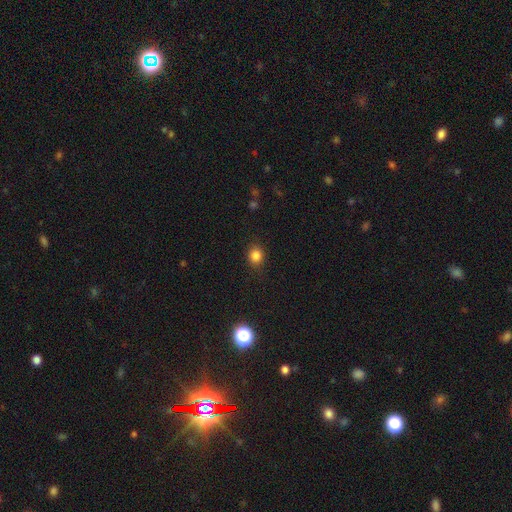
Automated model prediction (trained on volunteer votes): A smooth galaxy with no disk features (83%) that is round (71%).

Vote fractions:
- Smooth or featured? smooth: 83% / star or artifact: 12% / featured or disk: 4%
- How rounded? round: 71% / in between: 28% / cigar-shaped: 1%
- Merging? none: 86% / minor disturbance: 10% / major disturbance: 3% / merger: 1%